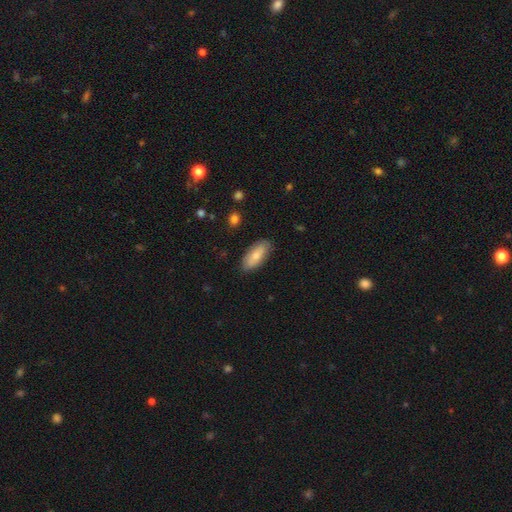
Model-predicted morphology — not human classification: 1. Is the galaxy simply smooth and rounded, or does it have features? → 70% smooth, 24% featured or disk, 6% star or artifact.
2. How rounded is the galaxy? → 85% in between, 12% cigar-shaped, 3% round.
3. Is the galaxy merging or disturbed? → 82% none, 14% minor disturbance, 3% major disturbance, 1% merger.